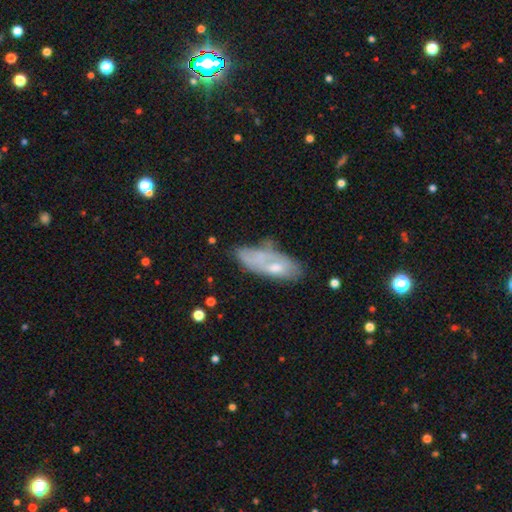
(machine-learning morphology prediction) A smooth galaxy with no disk features (52%) that is in between round and cigar-shaped (75%). Merging: none (37%).